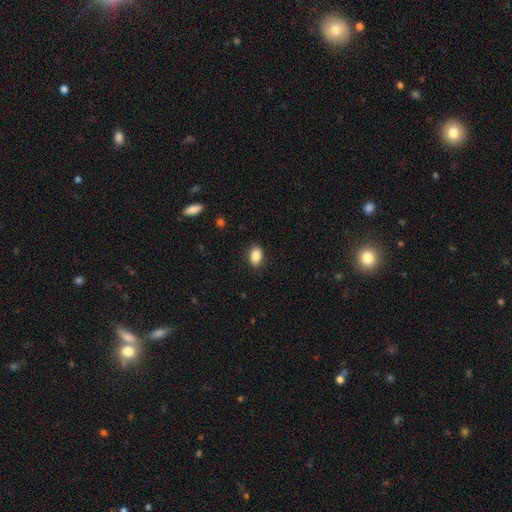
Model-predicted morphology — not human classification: This is clearly a smooth galaxy (87%). How rounded: clearly in between (83%). Merging: clearly none (88%).